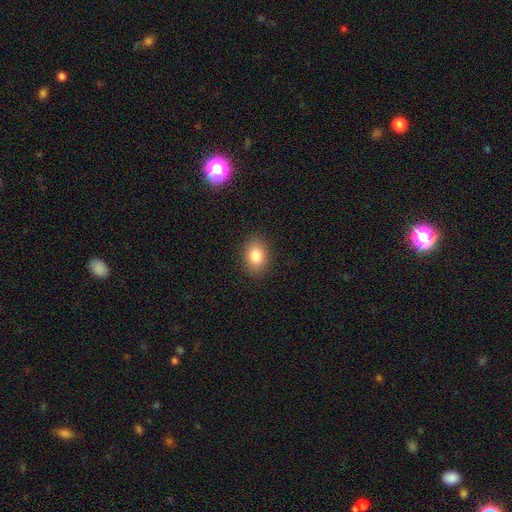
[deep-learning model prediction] Q: Smooth or featured?
A: smooth (85%); runner-up: star or artifact (9%)
Q: How rounded?
A: in between (76%); runner-up: round (23%)
Q: Merging?
A: none (88%); runner-up: minor disturbance (8%)